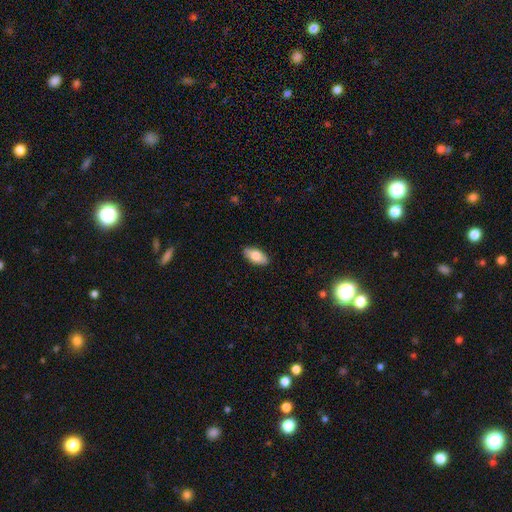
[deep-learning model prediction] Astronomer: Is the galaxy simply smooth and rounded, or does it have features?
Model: smooth — 79%.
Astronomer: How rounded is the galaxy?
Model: in between — 91%.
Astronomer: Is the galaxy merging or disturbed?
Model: none — 88%.